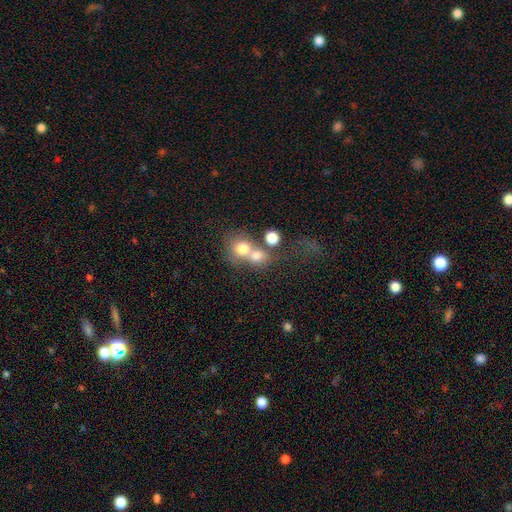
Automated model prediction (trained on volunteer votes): This is likely a smooth galaxy (71%). How rounded: likely round (75%). Merging: possibly merger (59%).